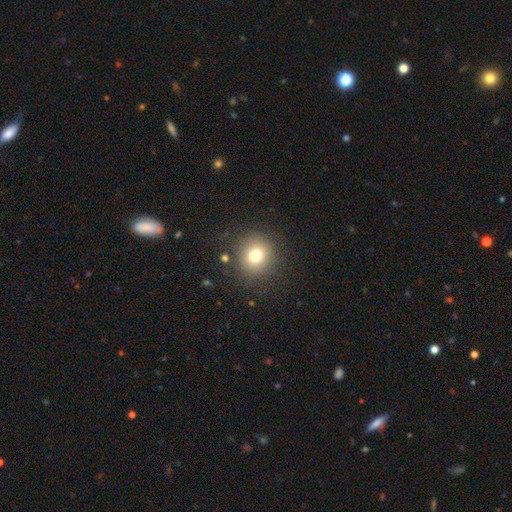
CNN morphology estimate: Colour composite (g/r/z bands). It shows a smooth galaxy with no disk features (74%) that is round (89%). Merging: none (85%).